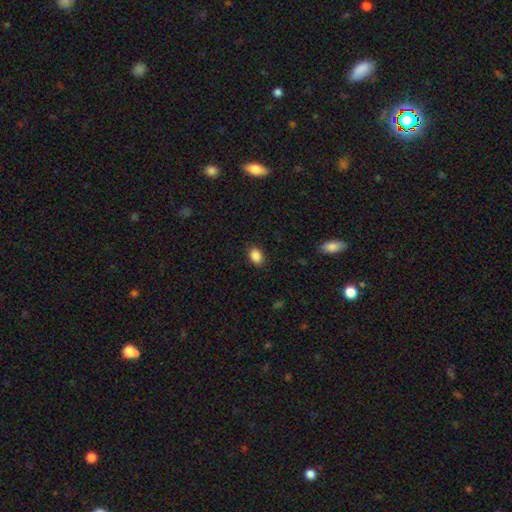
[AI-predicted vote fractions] Smooth or featured? smooth (89%)
How rounded? in between (79%)
Merging? none (87%)